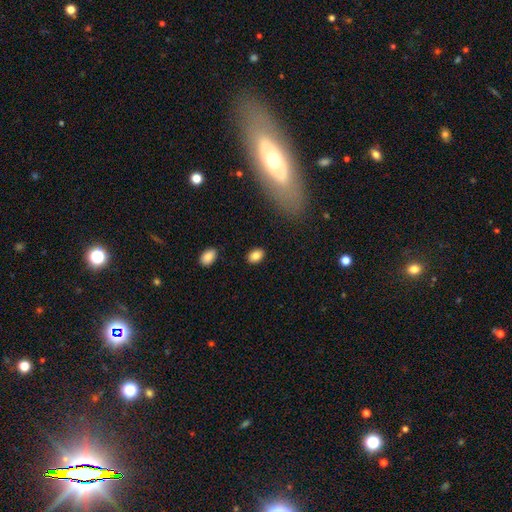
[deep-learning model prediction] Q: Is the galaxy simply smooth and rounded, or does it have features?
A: smooth — 84%.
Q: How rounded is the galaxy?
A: in between — 77%.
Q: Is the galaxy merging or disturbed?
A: none — 87%.